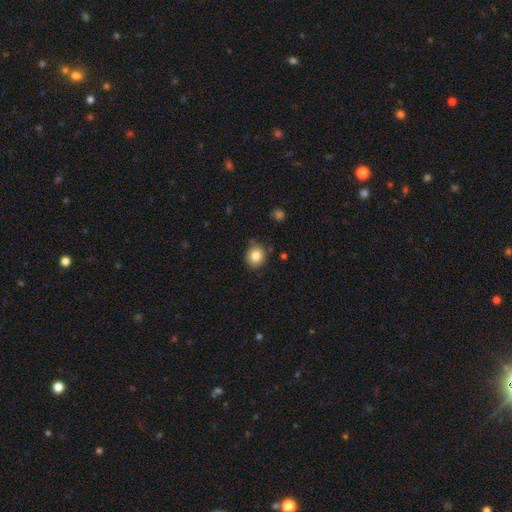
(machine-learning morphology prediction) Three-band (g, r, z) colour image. It shows a smooth galaxy with no disk features (83%) that is round (80%). Merging: none (81%).